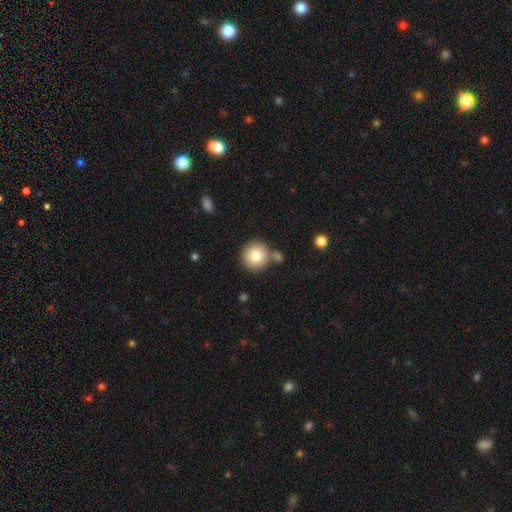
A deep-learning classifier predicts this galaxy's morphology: Smooth or featured? smooth (80%)
How rounded? round (93%)
Merging? none (75%)